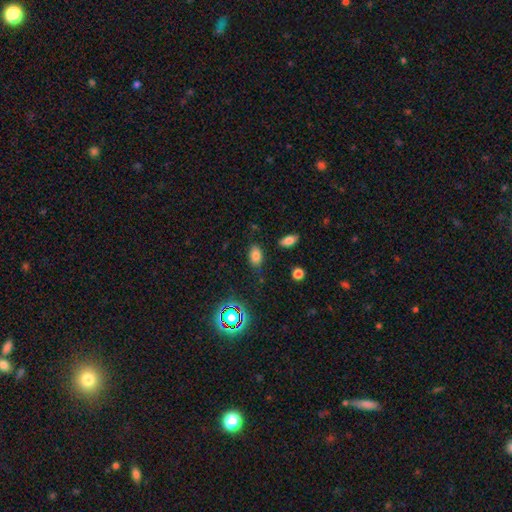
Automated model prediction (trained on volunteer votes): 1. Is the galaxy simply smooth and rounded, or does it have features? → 77% smooth, 15% star or artifact, 8% featured or disk.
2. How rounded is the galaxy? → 86% in between, 12% round, 2% cigar-shaped.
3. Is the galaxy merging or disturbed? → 82% none, 12% minor disturbance, 3% major disturbance, 3% merger.